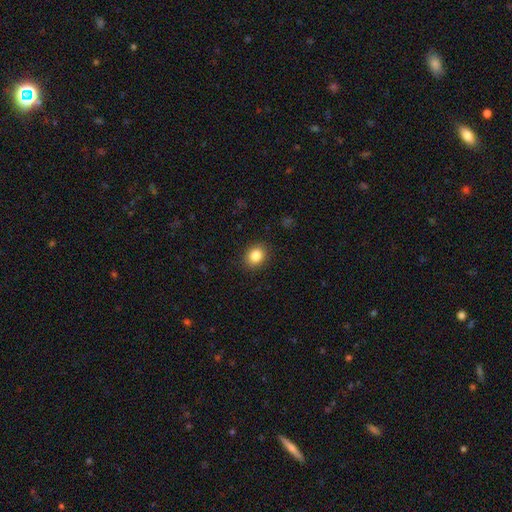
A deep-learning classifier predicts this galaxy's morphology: A smooth galaxy with no disk features (85%) that is round (54%).

Vote fractions:
- Smooth or featured? smooth: 85% / star or artifact: 10% / featured or disk: 5%
- How rounded? round: 54% / in between: 45% / cigar-shaped: 1%
- Merging? none: 89% / minor disturbance: 8% / major disturbance: 2% / merger: 1%